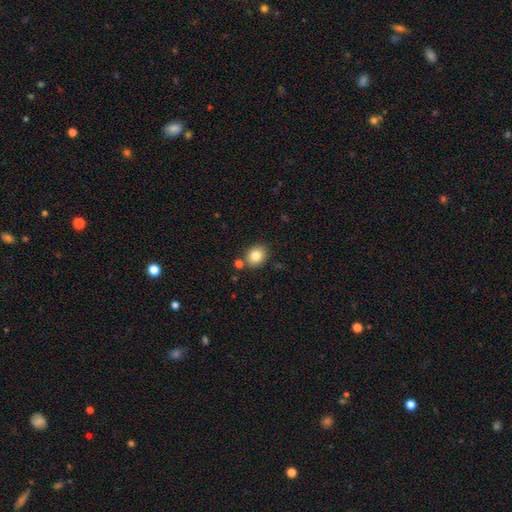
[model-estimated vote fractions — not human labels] smooth-or-featured: smooth: 83% | star or artifact: 10% | featured or disk: 8%
  how-rounded: round: 59% | in between: 40% | cigar-shaped: 1%
  merging: none: 81% | minor disturbance: 10% | merger: 7% | major disturbance: 2%